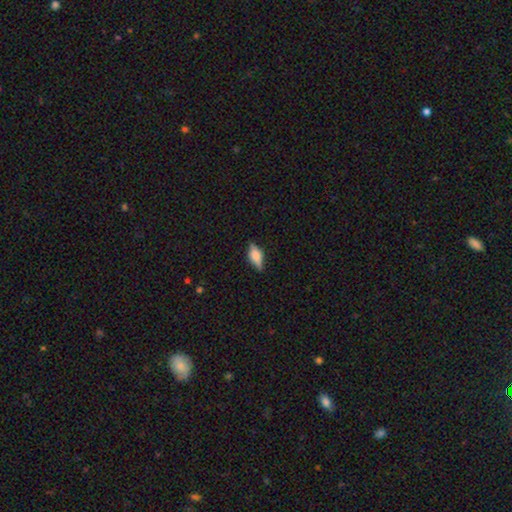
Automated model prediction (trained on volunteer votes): This appears to be a smooth galaxy with no disk features (56%) that is in between round and cigar-shaped (75%). Merging: none (78%).